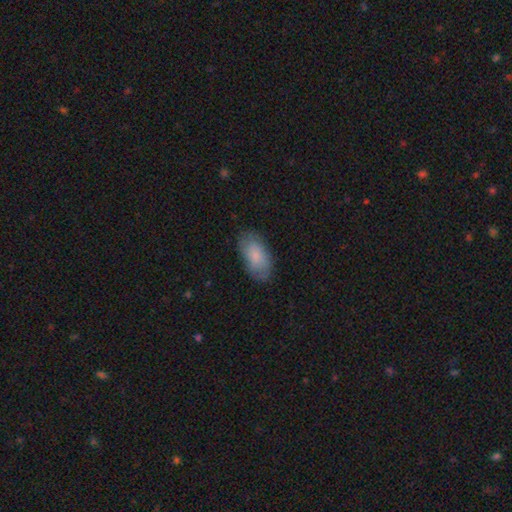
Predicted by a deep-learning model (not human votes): A smooth galaxy with no disk features (79%) that is in between round and cigar-shaped (93%).

Vote fractions:
- Smooth or featured? smooth: 79% / featured or disk: 15% / star or artifact: 6%
- How rounded? in between: 93% / cigar-shaped: 3% / round: 3%
- Merging? none: 78% / minor disturbance: 17% / major disturbance: 4% / merger: 1%